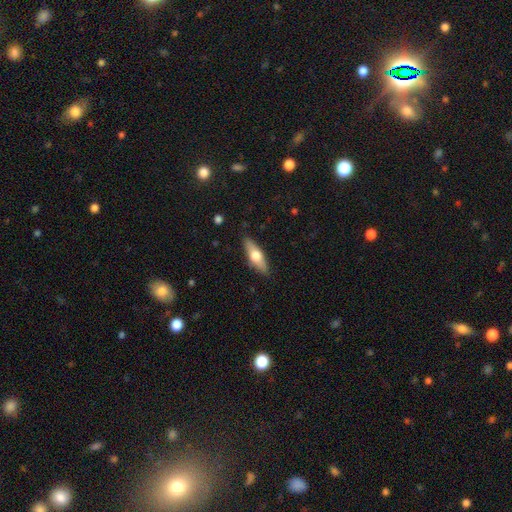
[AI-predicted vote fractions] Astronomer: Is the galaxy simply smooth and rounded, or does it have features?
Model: smooth — 53% (runner-up: featured or disk, 41%).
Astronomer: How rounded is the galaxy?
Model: in between — 53% (runner-up: cigar-shaped, 44%).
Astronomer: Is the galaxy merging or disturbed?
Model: none — 87%.